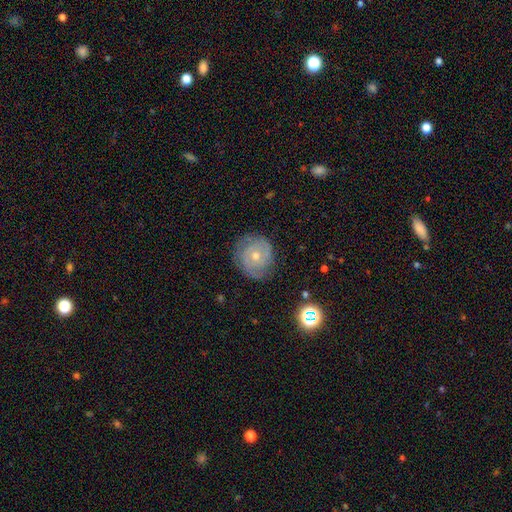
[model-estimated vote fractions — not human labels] Smooth or featured?
  - featured or disk: 68% *
  - smooth: 23%
  - star or artifact: 8%
Edge-on disk?
  - no: 97% *
  - yes: 3%
Bar?
  - no: 77% *
  - weak: 20%
  - strong: 4%
Spiral arms?
  - yes: 88% *
  - no: 12%
Spiral winding?
  - tight: 64% *
  - medium: 28%
  - loose: 8%
Spiral arm count?
  - 2: 48% *
  - can't tell: 28%
  - 3: 12%
  - 1: 5%
  - 4: 4%
  - more than 4: 3%
Bulge size?
  - moderate: 54% *
  - small: 43%
  - large: 2%
  - none: 1%
  - dominant: 1%
Merging?
  - none: 76% *
  - minor disturbance: 18%
  - major disturbance: 6%
  - merger: 1%